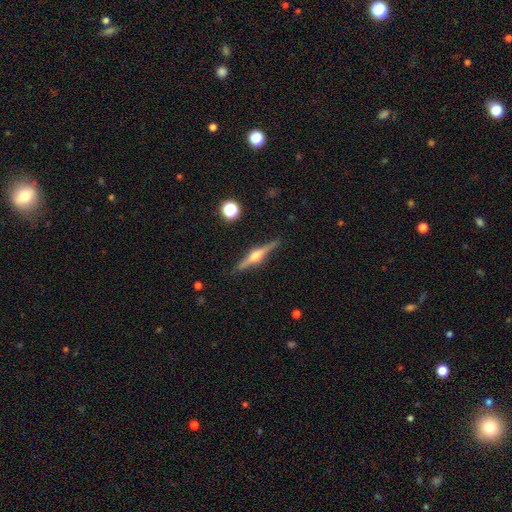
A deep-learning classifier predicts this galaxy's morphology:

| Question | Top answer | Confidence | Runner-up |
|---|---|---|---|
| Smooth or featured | featured or disk | 77% | smooth (17%) |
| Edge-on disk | yes | 98% | no (2%) |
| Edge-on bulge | rounded | 93% | boxy (5%) |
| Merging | none | 88% | minor disturbance (8%) |